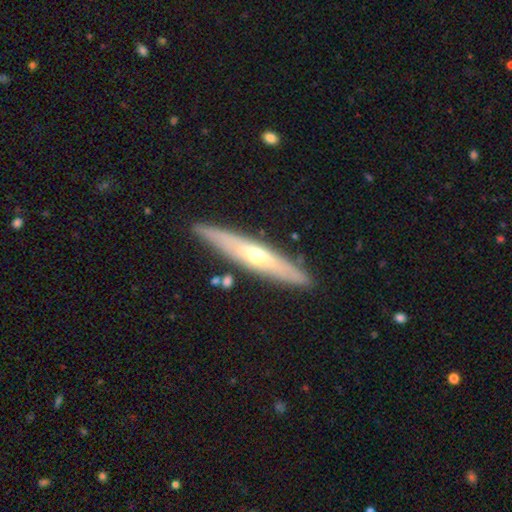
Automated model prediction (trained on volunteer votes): The model was most divided on "smooth or featured": featured or disk: 67%, smooth: 28%, star or artifact: 5%. More confident: merging — none (85%); edge-on bulge — rounded (82%); edge-on disk — yes (76%).